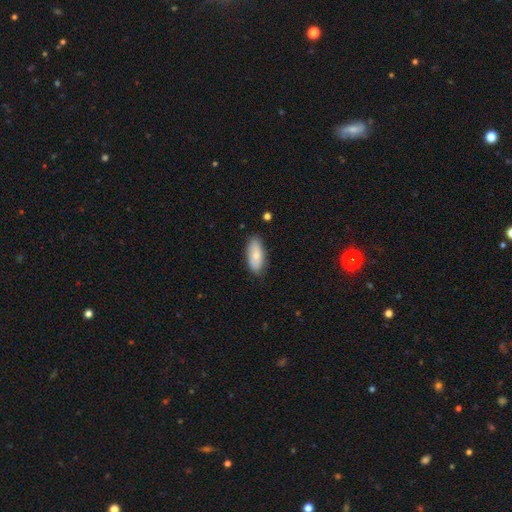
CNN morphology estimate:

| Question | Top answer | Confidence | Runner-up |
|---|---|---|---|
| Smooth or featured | smooth | 75% | featured or disk (19%) |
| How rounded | in between | 85% | cigar-shaped (12%) |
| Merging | none | 81% | minor disturbance (15%) |